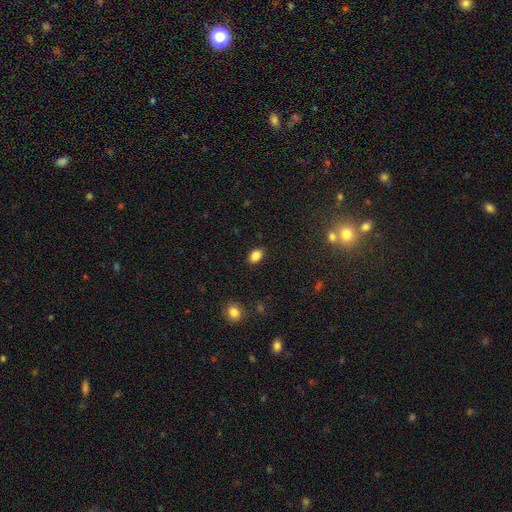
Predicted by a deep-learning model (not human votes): The model was most divided on "how rounded": in between: 81%, round: 18%, cigar-shaped: 1%. More confident: merging — none (88%); smooth or featured — smooth (86%).